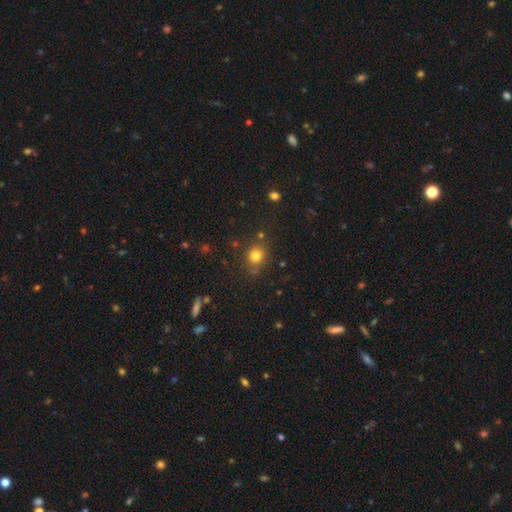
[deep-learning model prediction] Q: Smooth or featured?
A: smooth (79%); runner-up: star or artifact (15%)
Q: How rounded?
A: round (78%); runner-up: in between (21%)
Q: Merging?
A: none (78%); runner-up: minor disturbance (12%)